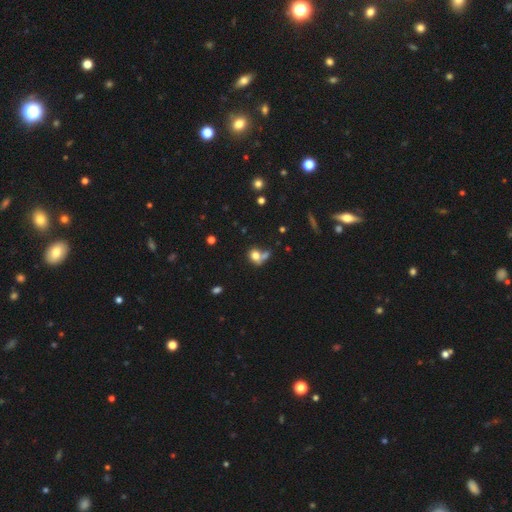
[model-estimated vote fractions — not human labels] This appears to be a smooth galaxy with no disk features (76%) that is round (57%). Merging: merger (41%).